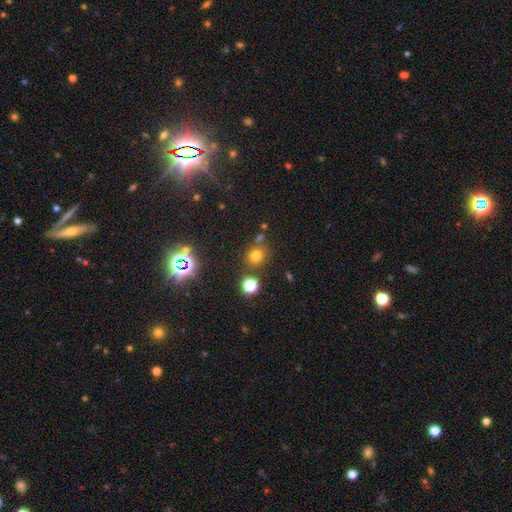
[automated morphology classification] Smooth or featured? smooth (68%)
How rounded? round (87%)
Merging? none (75%)